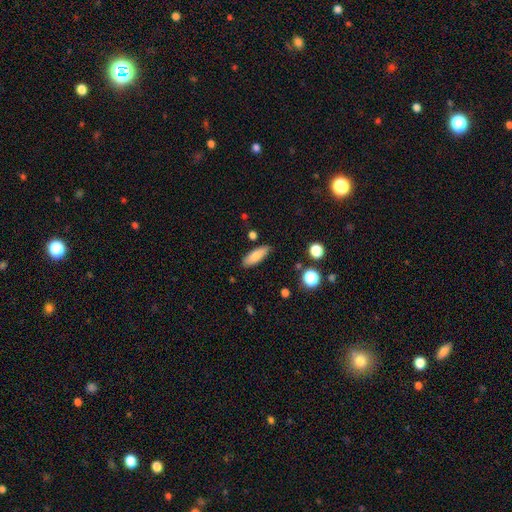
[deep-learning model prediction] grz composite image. It shows a smooth galaxy with no disk features (80%) that is in between round and cigar-shaped (60%). Merging: none (84%).